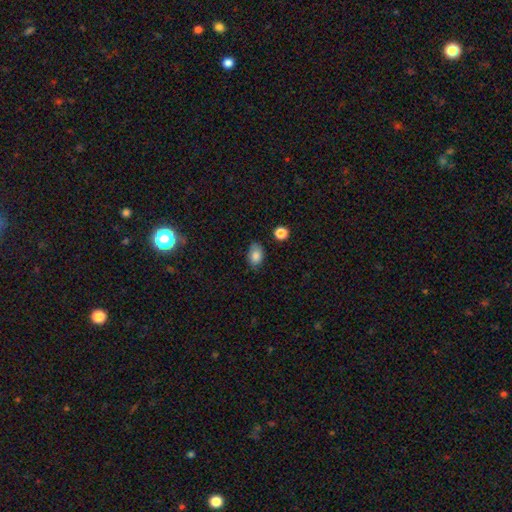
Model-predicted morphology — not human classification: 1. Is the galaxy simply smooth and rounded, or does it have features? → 84% smooth, 9% star or artifact, 7% featured or disk.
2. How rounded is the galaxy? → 83% in between, 16% round, 1% cigar-shaped.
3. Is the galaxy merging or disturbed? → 74% none, 20% minor disturbance, 4% major disturbance, 2% merger.